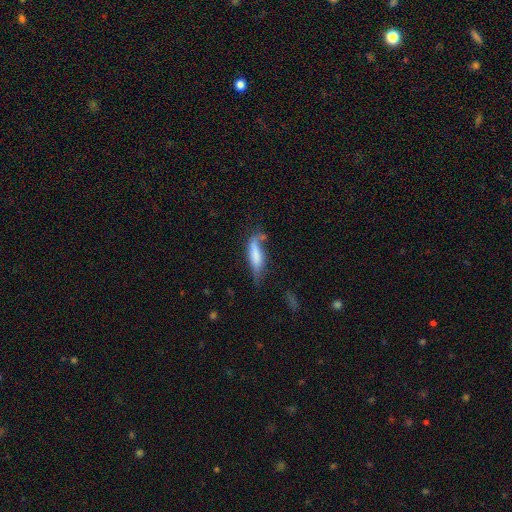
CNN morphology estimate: smooth_or_featured: smooth (p=0.71) [alt: featured or disk p=0.21]
how_rounded: cigar-shaped (p=0.58) [alt: in between p=0.40]
merging: none (p=0.36) [alt: minor disturbance p=0.30]